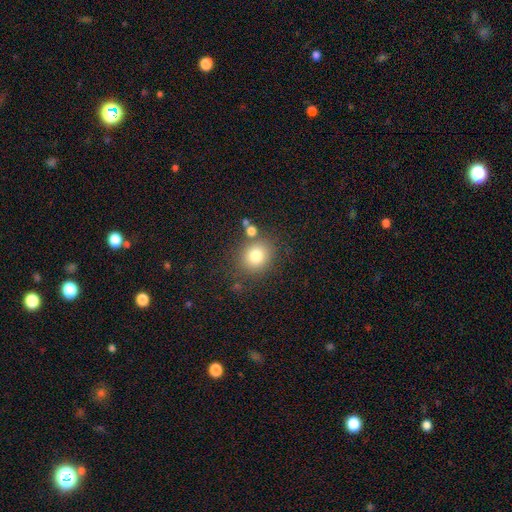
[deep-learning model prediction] A smooth galaxy with no disk features (79%) that is round (80%).

Vote fractions:
- Smooth or featured? smooth: 79% / star or artifact: 12% / featured or disk: 9%
- How rounded? round: 80% / in between: 19% / cigar-shaped: 1%
- Merging? none: 77% / minor disturbance: 11% / merger: 8% / major disturbance: 4%